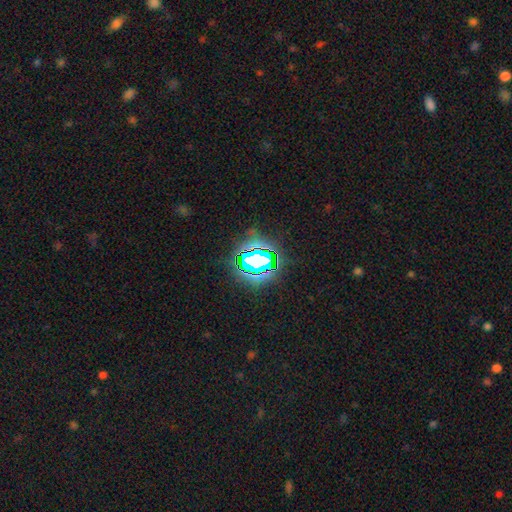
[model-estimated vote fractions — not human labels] Smooth or featured? star or artifact (68%)